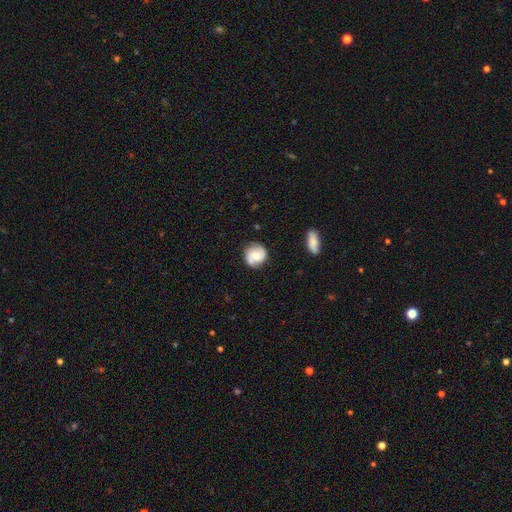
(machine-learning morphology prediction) Smooth or featured: featured or disk — 57% (smooth — 36%)
Edge-on disk: no — 97% (yes — 3%)
Bar: no — 55% (weak — 37%)
Spiral arms: yes — 91% (no — 9%)
Spiral winding: medium — 45% (tight — 33%)
Spiral arm count: 2 — 85% (can't tell — 8%)
Bulge size: moderate — 54% (small — 31%)
Merging: none — 77% (minor disturbance — 16%)